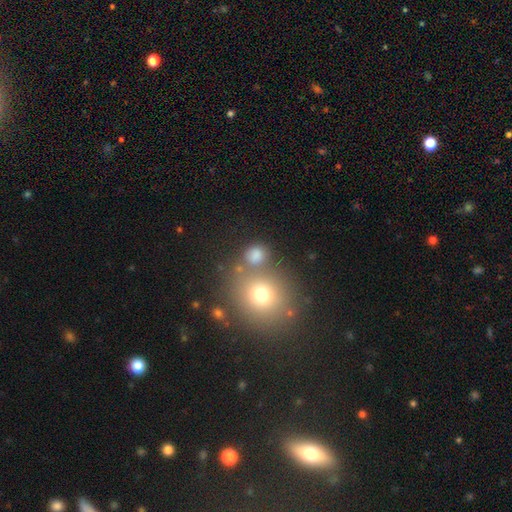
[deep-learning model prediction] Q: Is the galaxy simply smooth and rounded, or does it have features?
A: smooth — 78%.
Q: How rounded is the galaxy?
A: round — 76%.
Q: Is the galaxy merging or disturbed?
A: none — 62%.